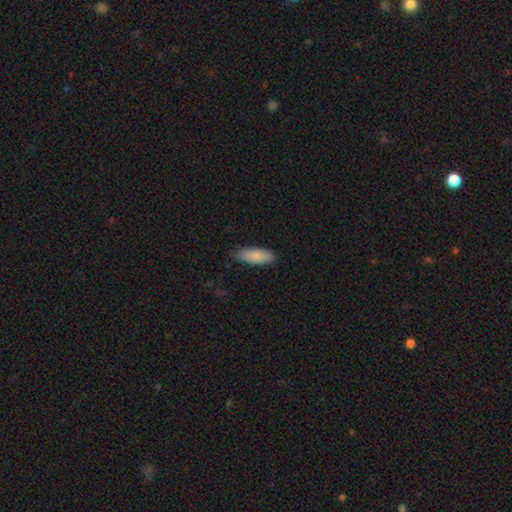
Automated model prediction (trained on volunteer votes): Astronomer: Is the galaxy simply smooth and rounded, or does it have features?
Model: smooth — 87%.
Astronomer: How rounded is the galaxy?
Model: in between — 68%.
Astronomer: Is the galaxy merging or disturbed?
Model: none — 80%.